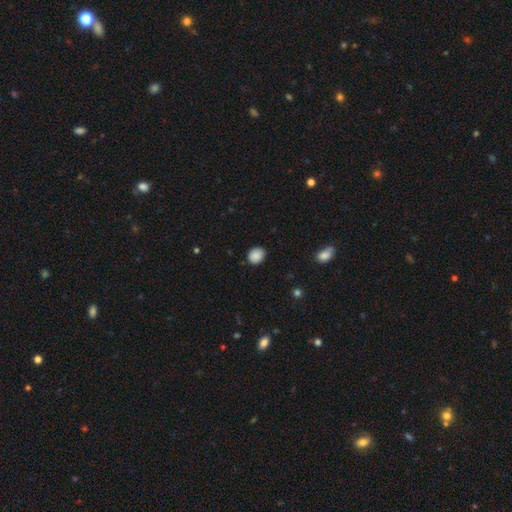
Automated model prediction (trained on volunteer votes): smooth-or-featured: smooth: 88% | star or artifact: 9% | featured or disk: 3%
  how-rounded: round: 68% | in between: 31% | cigar-shaped: 1%
  merging: none: 87% | minor disturbance: 9% | major disturbance: 2% | merger: 1%